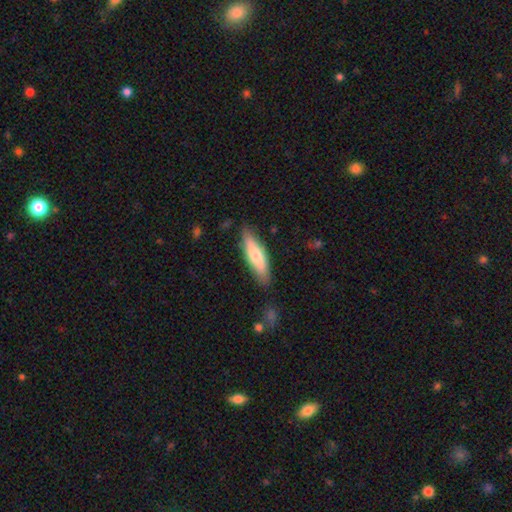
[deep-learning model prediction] Q: Smooth or featured?
A: smooth (65%); runner-up: featured or disk (30%)
Q: How rounded?
A: cigar-shaped (57%); runner-up: in between (41%)
Q: Merging?
A: none (82%); runner-up: minor disturbance (14%)